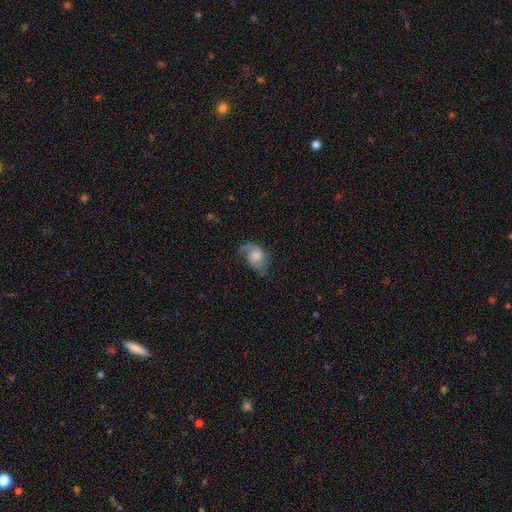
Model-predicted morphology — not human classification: Smooth or featured?
  - featured or disk: 48% *
  - smooth: 43%
  - star or artifact: 8%
Merging?
  - none: 48% *
  - minor disturbance: 29%
  - major disturbance: 21%
  - merger: 2%